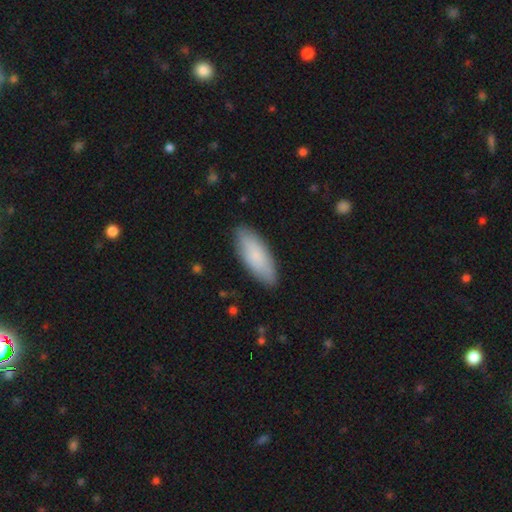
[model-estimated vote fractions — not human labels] A smooth galaxy with no disk features (81%) that is in between round and cigar-shaped (73%).

Vote fractions:
- Smooth or featured? smooth: 81% / featured or disk: 13% / star or artifact: 6%
- How rounded? in between: 73% / cigar-shaped: 26% / round: 2%
- Merging? none: 87% / minor disturbance: 10% / major disturbance: 2% / merger: 1%